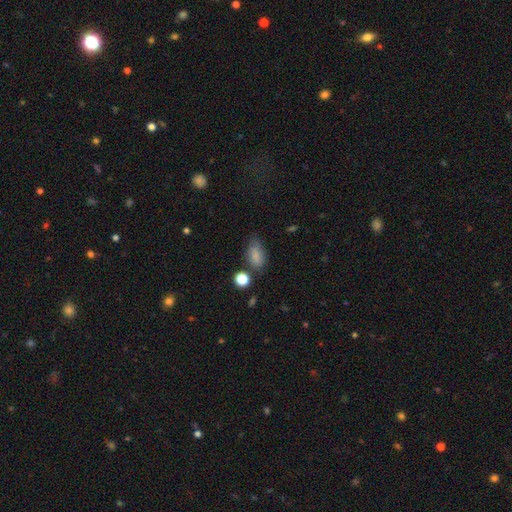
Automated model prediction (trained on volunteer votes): A smooth galaxy with no disk features (80%) that is in between round and cigar-shaped (87%). Merging: none (58%).